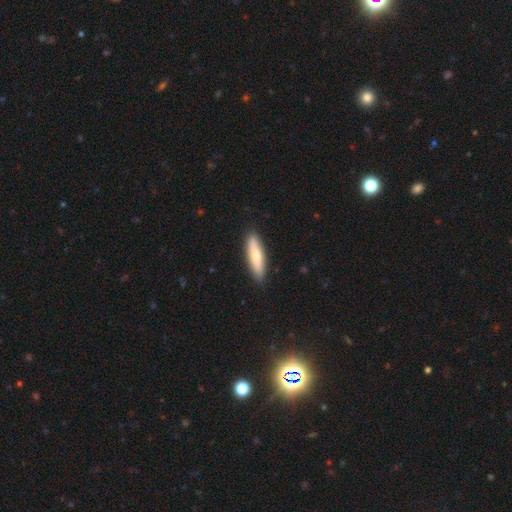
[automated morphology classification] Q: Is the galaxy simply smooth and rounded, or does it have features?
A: smooth — 73%.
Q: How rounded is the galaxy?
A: cigar-shaped — 72%.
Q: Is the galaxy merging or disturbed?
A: none — 88%.